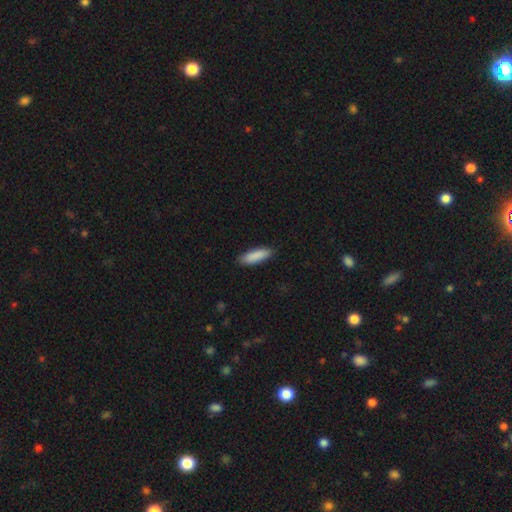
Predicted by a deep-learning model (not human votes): smooth-or-featured: smooth: 89% | star or artifact: 6% | featured or disk: 5%
  how-rounded: cigar-shaped: 52% | in between: 46% | round: 1%
  merging: none: 88% | minor disturbance: 10% | major disturbance: 2% | merger: 1%